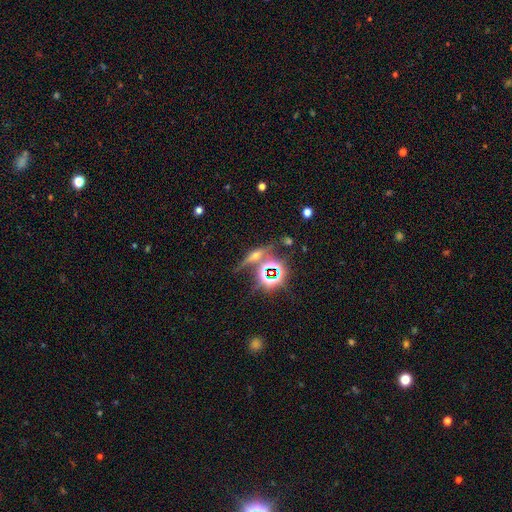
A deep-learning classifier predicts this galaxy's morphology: smooth_or_featured: star or artifact (p=0.41) [alt: featured or disk p=0.34]